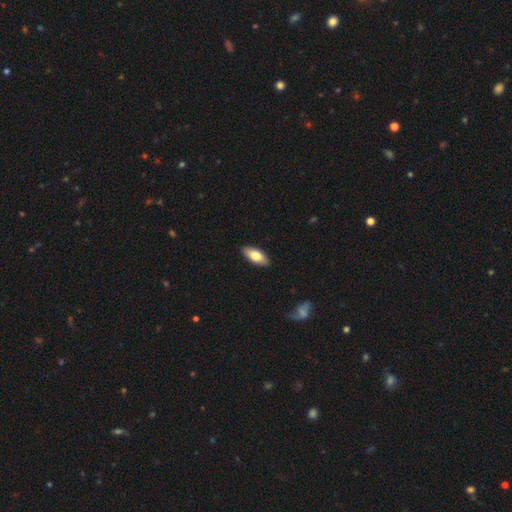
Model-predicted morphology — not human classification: Q: Smooth or featured?
A: smooth (76%); runner-up: featured or disk (18%)
Q: How rounded?
A: in between (83%); runner-up: cigar-shaped (14%)
Q: Merging?
A: none (90%); runner-up: minor disturbance (8%)